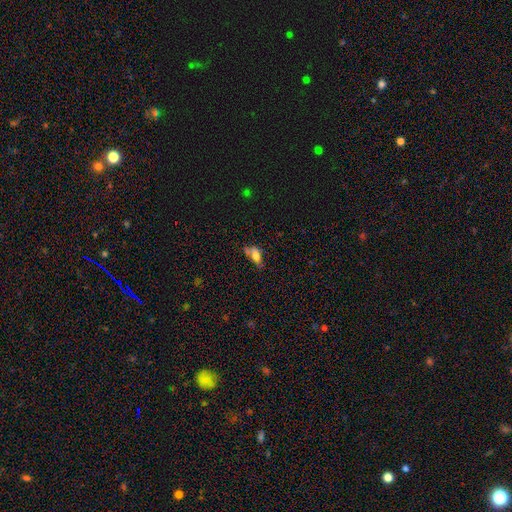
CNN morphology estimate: Q: Smooth or featured?
A: smooth (64%); runner-up: featured or disk (24%)
Q: How rounded?
A: in between (81%); runner-up: cigar-shaped (10%)
Q: Merging?
A: none (36%); runner-up: minor disturbance (28%)